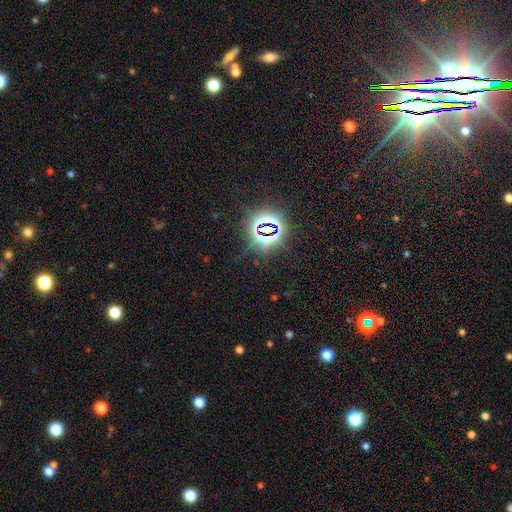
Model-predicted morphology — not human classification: star or artifact 83%, smooth 9%, featured or disk 7%.